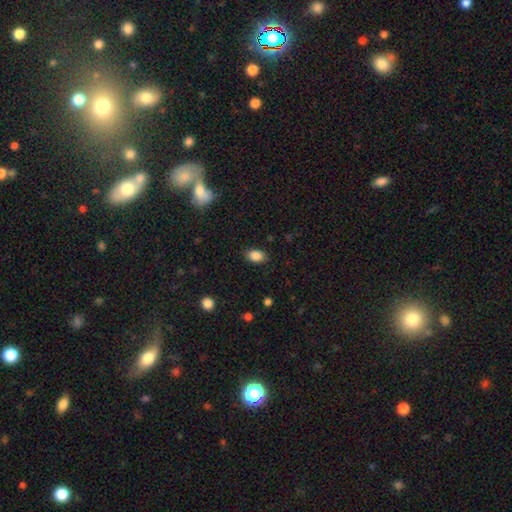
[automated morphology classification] The model was most divided on "how rounded": in between: 83%, round: 16%, cigar-shaped: 1%. More confident: smooth or featured — smooth (87%); merging — none (86%).